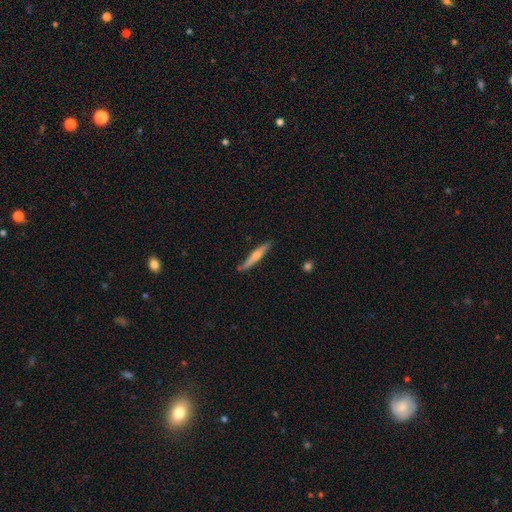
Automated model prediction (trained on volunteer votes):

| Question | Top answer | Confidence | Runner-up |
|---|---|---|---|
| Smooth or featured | smooth | 55% | featured or disk (40%) |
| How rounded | cigar-shaped | 93% | in between (5%) |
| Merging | none | 81% | minor disturbance (15%) |